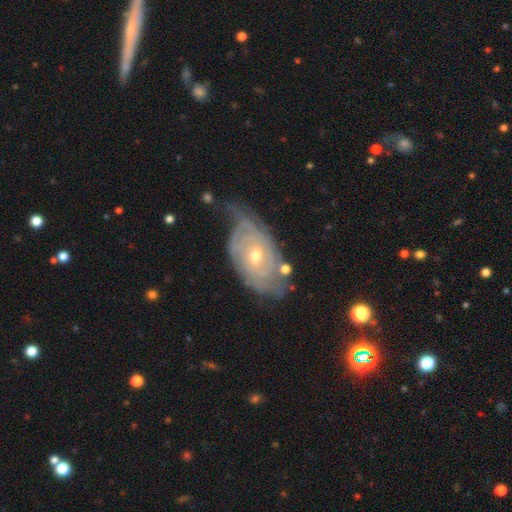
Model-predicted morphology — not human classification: This is clearly a featured or disk galaxy (83%). It is clearly not viewed edge-on (94%). Bar: likely no (62%). Spiral arm pattern: clearly yes (92%). Spiral arm count: possibly can't tell (45%). Spiral winding: likely tight (74%). Central bulge: possibly moderate (49%). Merging: possibly none (52%).